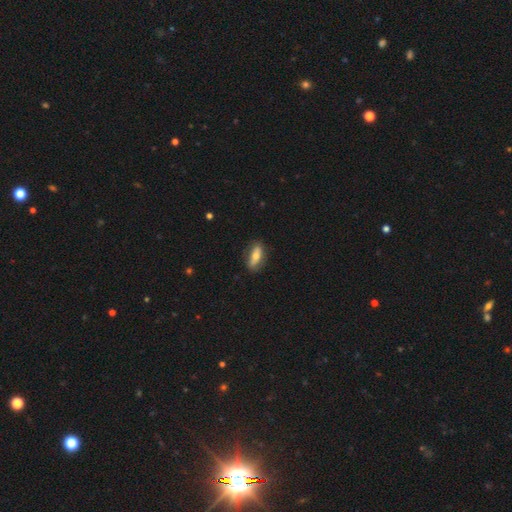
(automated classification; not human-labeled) Smooth or featured: smooth — 62% (featured or disk — 31%)
How rounded: in between — 73% (cigar-shaped — 24%)
Merging: none — 79% (minor disturbance — 16%)